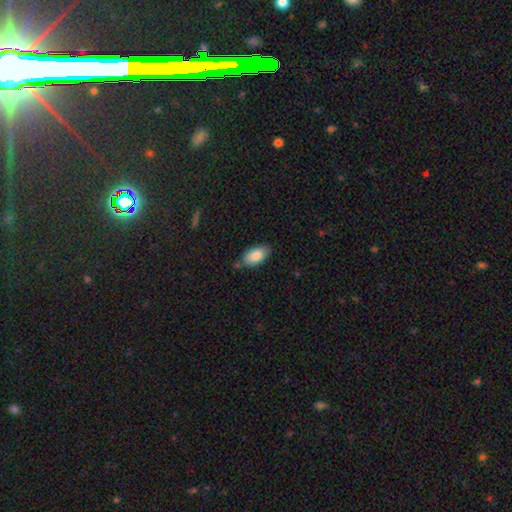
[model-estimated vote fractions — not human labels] Smooth or featured? smooth (85%)
How rounded? in between (94%)
Merging? none (75%)